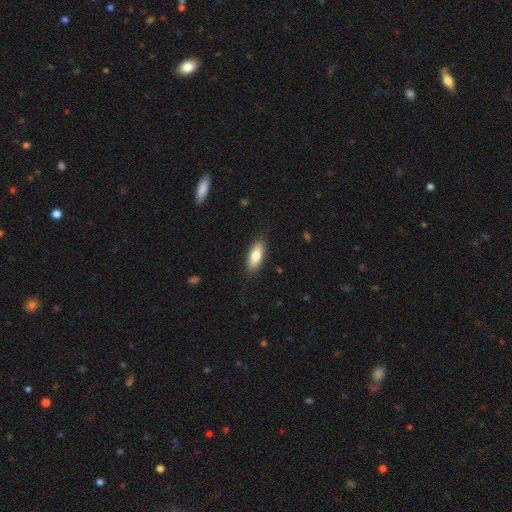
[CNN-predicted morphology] Smooth or featured: smooth — 79% (featured or disk — 15%)
How rounded: in between — 72% (cigar-shaped — 26%)
Merging: none — 86% (minor disturbance — 10%)